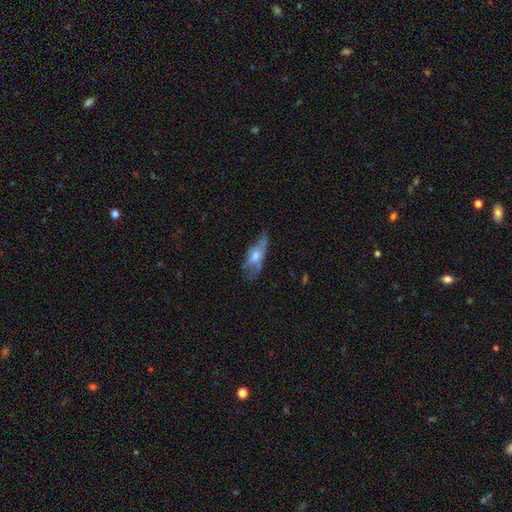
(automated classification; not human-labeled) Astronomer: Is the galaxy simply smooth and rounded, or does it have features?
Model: smooth — 52% (runner-up: featured or disk, 40%).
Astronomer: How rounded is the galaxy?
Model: in between — 73%.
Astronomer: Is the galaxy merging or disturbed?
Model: none — 38% (runner-up: minor disturbance, 33%).